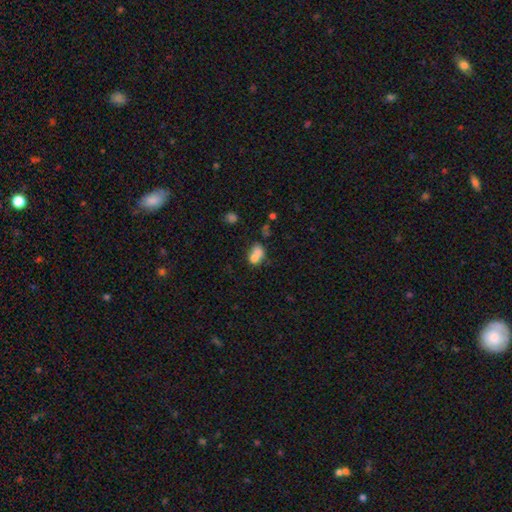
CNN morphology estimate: smooth_or_featured: smooth (p=0.70) [alt: featured or disk p=0.18]
how_rounded: in between (p=0.51) [alt: round p=0.48]
merging: merger (p=0.62) [alt: none p=0.23]